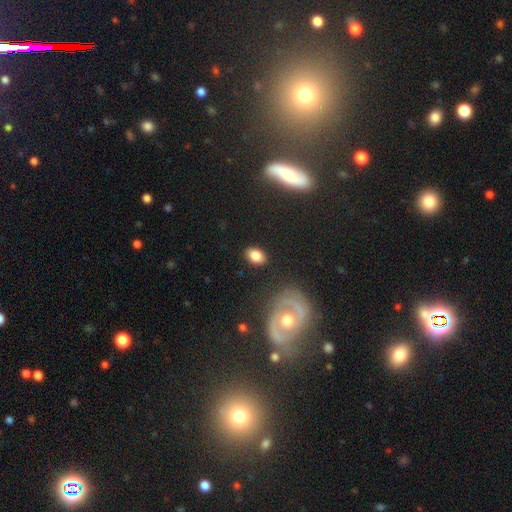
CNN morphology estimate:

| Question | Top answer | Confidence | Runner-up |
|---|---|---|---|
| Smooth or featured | smooth | 81% | featured or disk (9%) |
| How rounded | in between | 83% | round (15%) |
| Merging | none | 85% | minor disturbance (10%) |